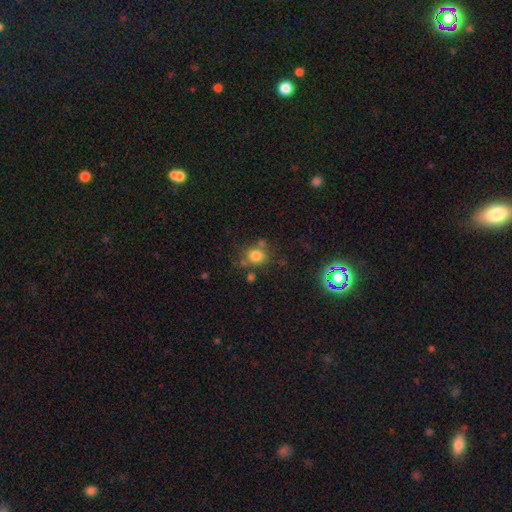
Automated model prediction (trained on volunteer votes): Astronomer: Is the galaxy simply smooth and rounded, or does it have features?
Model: smooth — 78%.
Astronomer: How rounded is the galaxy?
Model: round — 75%.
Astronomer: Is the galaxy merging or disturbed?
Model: none — 67%.